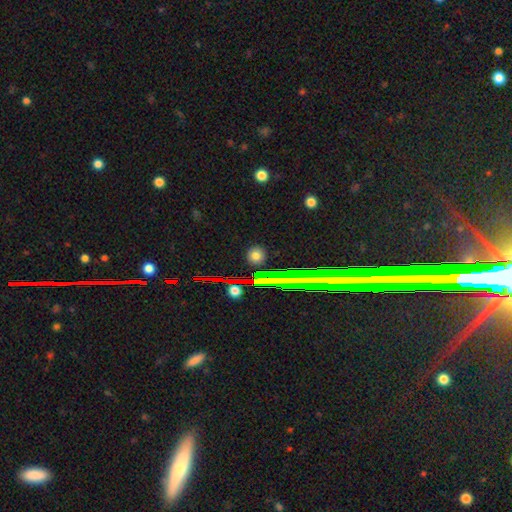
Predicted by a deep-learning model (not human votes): smooth 70%, star or artifact 21%, featured or disk 9%. Down the decision tree: how rounded — round (85%); merging — none (88%).